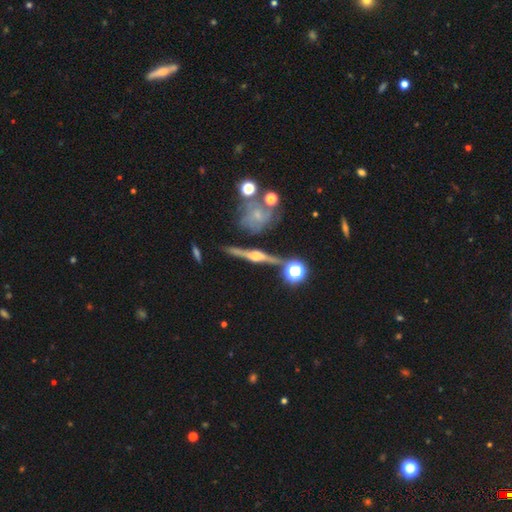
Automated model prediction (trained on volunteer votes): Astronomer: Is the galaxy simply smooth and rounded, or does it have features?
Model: featured or disk — 81%.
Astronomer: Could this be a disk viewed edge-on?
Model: yes — 95%.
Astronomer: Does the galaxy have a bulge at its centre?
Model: rounded — 90%.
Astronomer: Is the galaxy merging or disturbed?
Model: none — 79%.